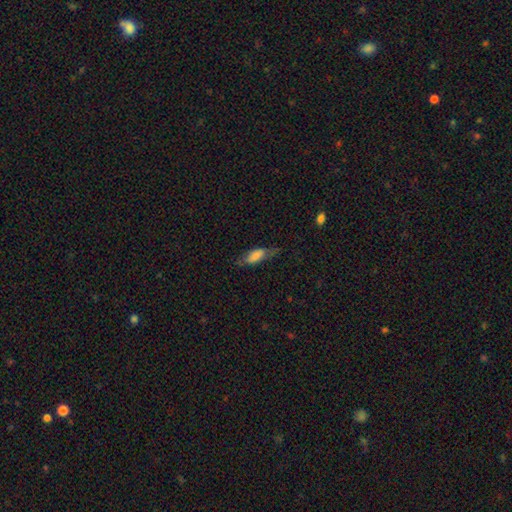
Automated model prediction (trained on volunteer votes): Smooth or featured: smooth — 62% (featured or disk — 31%)
How rounded: in between — 69% (cigar-shaped — 29%)
Merging: none — 59% (minor disturbance — 26%)